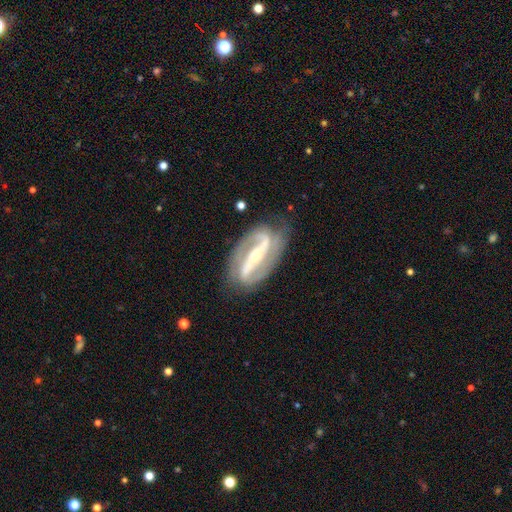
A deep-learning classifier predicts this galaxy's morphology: Smooth or featured? Predicted: featured or disk (p=0.92). Edge-on disk? Predicted: no (p=0.94). Bar? Predicted: strong (p=0.76). Spiral arms? Predicted: yes (p=0.96). Spiral winding? Predicted: medium (p=0.46). Spiral arm count? Predicted: 2 (p=0.92). Bulge size? Predicted: small (p=0.58). Merging? Predicted: none (p=0.81).